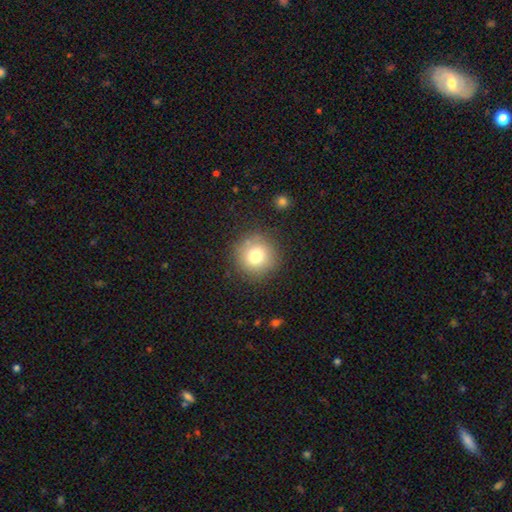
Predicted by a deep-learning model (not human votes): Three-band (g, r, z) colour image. It shows a smooth galaxy with no disk features (76%) that is round (94%). Merging: none (86%).